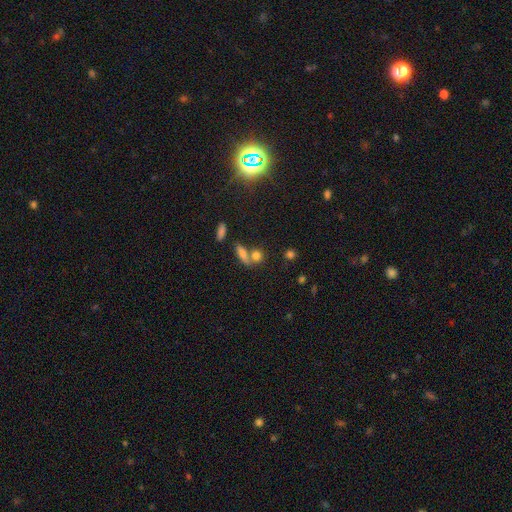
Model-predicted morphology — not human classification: Smooth or featured: smooth — 41% (star or artifact — 39%)
Merging: none — 47% (merger — 38%)